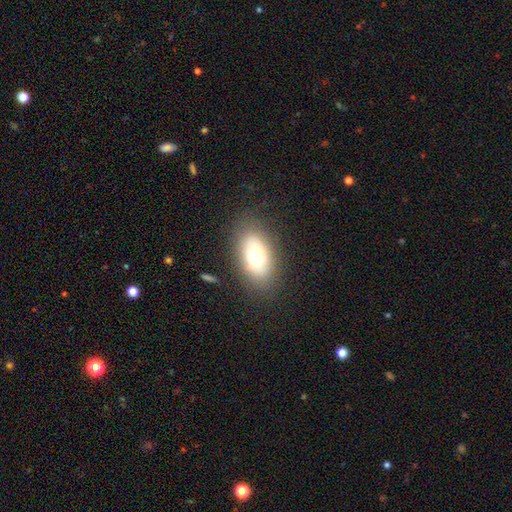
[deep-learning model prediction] Smooth or featured? smooth (69%)
How rounded? in between (90%)
Merging? none (82%)